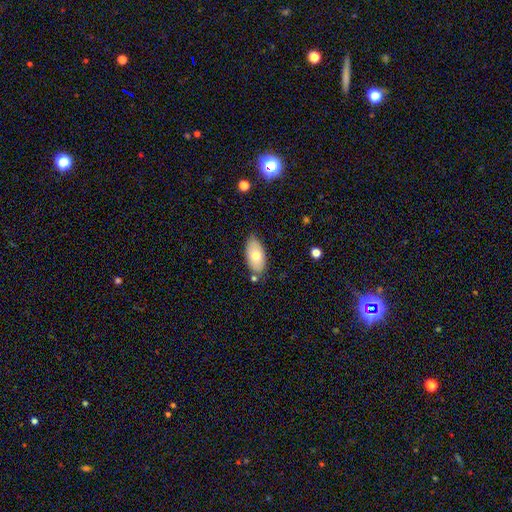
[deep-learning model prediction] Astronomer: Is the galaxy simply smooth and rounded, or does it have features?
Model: smooth — 70%.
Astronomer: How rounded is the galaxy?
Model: in between — 93%.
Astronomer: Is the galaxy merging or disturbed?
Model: none — 76%.